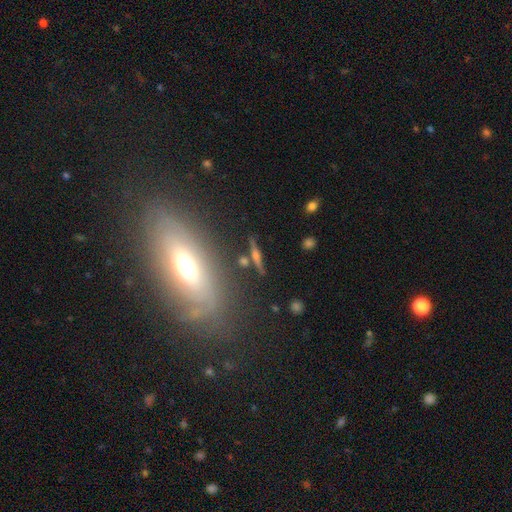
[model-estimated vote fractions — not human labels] Smooth or featured: featured or disk — 49% (smooth — 38%)
Merging: none — 79% (minor disturbance — 11%)